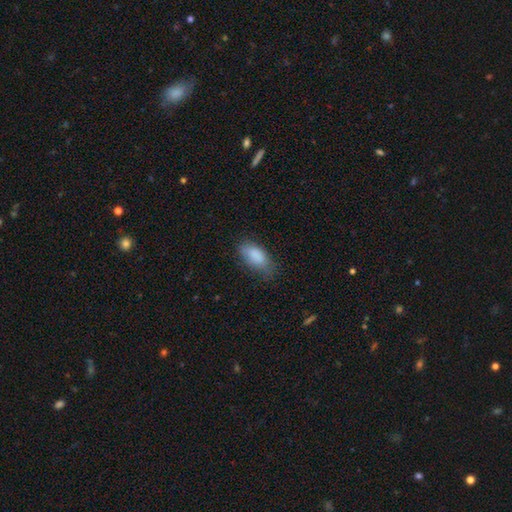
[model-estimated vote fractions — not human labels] Smooth or featured? smooth (85%)
How rounded? in between (90%)
Merging? none (60%)